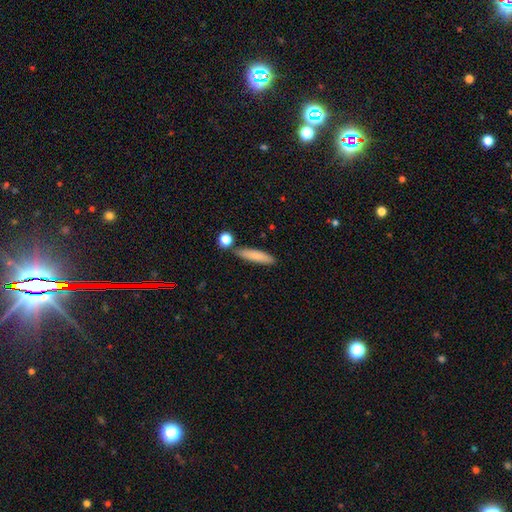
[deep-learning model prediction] Smooth or featured?
  - smooth: 80% *
  - featured or disk: 13%
  - star or artifact: 7%
How rounded?
  - cigar-shaped: 80% *
  - in between: 18%
  - round: 2%
Merging?
  - none: 80% *
  - minor disturbance: 11%
  - merger: 6%
  - major disturbance: 3%